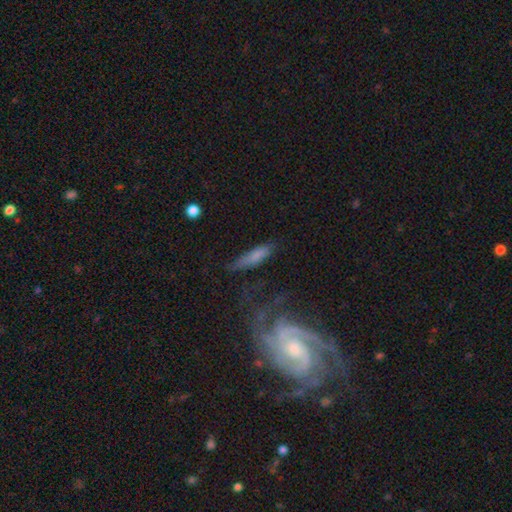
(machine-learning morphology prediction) Smooth or featured: smooth — 58% (featured or disk — 32%)
How rounded: cigar-shaped — 74% (in between — 23%)
Merging: none — 60% (minor disturbance — 22%)